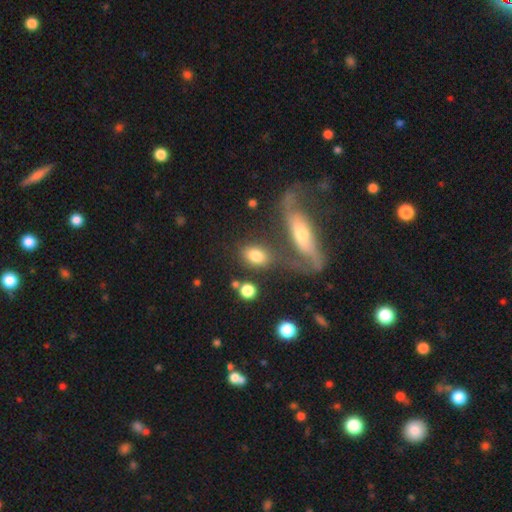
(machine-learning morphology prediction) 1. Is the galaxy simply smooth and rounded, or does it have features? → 78% smooth, 13% featured or disk, 9% star or artifact.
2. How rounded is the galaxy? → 76% in between, 20% round, 4% cigar-shaped.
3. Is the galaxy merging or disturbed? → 62% none, 18% merger, 13% minor disturbance, 7% major disturbance.